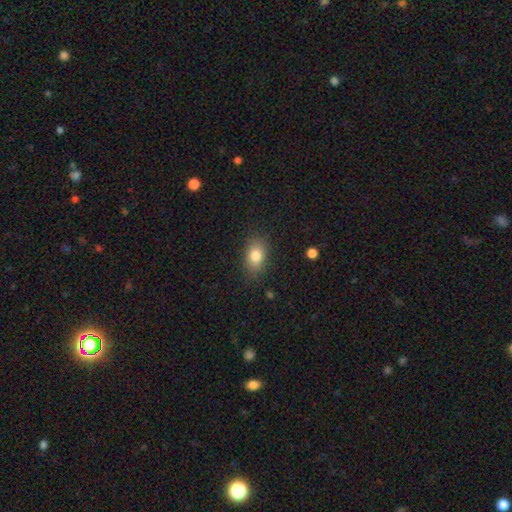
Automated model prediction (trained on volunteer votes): Smooth or featured?
  - smooth: 81% *
  - featured or disk: 9%
  - star or artifact: 9%
How rounded?
  - in between: 81% *
  - round: 17%
  - cigar-shaped: 2%
Merging?
  - none: 82% *
  - minor disturbance: 14%
  - major disturbance: 4%
  - merger: 1%